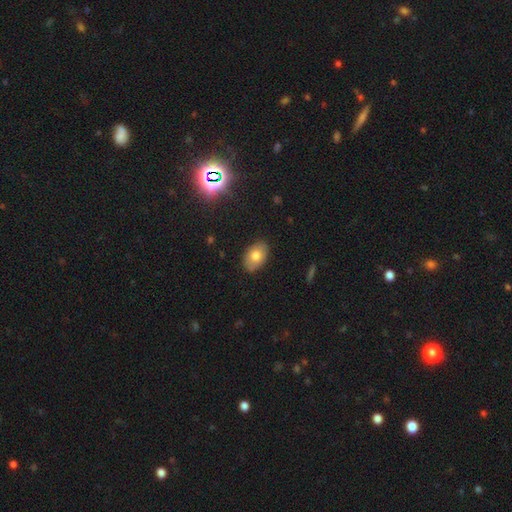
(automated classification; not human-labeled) A smooth galaxy with no disk features (76%) that is in between round and cigar-shaped (86%). Merging: none (86%).